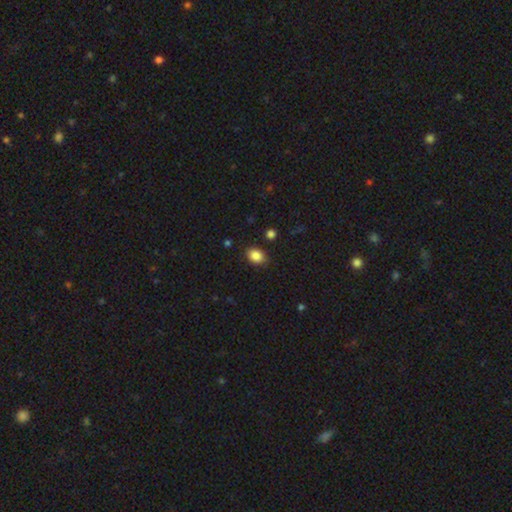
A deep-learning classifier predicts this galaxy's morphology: Q: Smooth or featured?
A: smooth (86%); runner-up: star or artifact (10%)
Q: How rounded?
A: in between (62%); runner-up: round (37%)
Q: Merging?
A: none (85%); runner-up: minor disturbance (11%)